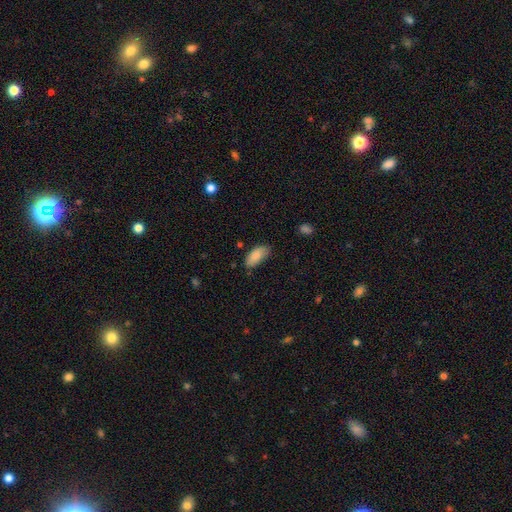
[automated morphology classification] A smooth galaxy with no disk features (87%) that is in between round and cigar-shaped (90%).

Vote fractions:
- Smooth or featured? smooth: 87% / featured or disk: 7% / star or artifact: 7%
- How rounded? in between: 90% / cigar-shaped: 8% / round: 2%
- Merging? none: 75% / minor disturbance: 20% / major disturbance: 3% / merger: 2%